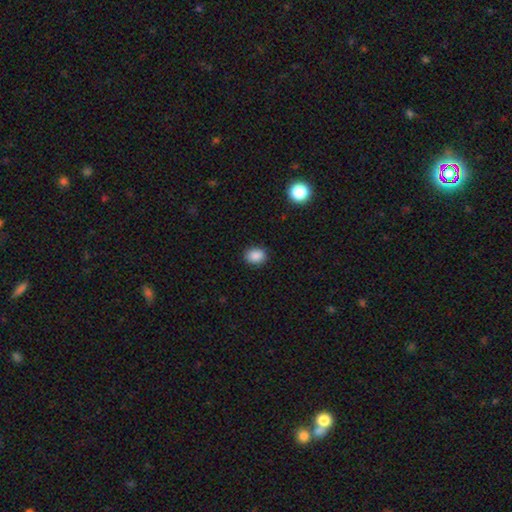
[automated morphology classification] smooth 88%, star or artifact 9%, featured or disk 3%. Down the decision tree: how rounded — in between (59%); merging — none (88%).